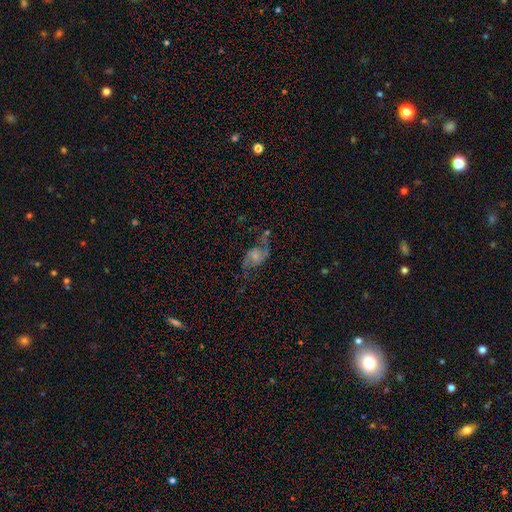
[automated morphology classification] Q: Smooth or featured?
A: featured or disk (75%); runner-up: smooth (16%)
Q: Edge-on disk?
A: no (96%); runner-up: yes (4%)
Q: Bar?
A: no (56%); runner-up: weak (36%)
Q: Spiral arms?
A: yes (91%); runner-up: no (9%)
Q: Spiral winding?
A: loose (67%); runner-up: medium (27%)
Q: Spiral arm count?
A: 2 (90%); runner-up: can't tell (4%)
Q: Bulge size?
A: small (47%); runner-up: moderate (33%)
Q: Merging?
A: none (54%); runner-up: minor disturbance (21%)